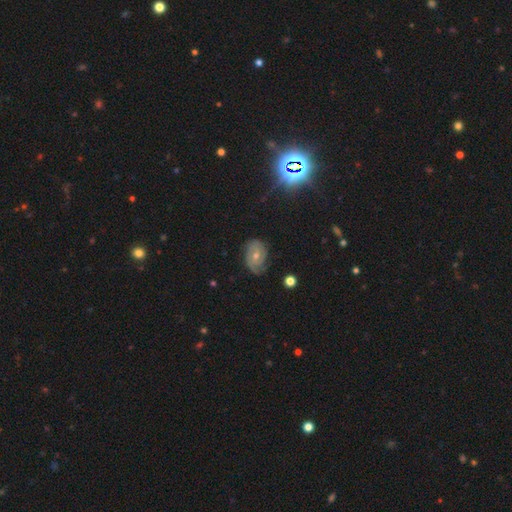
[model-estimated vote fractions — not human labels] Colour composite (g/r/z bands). It shows a featured or disk galaxy (70%) with no bar (62%), 2 (42%) tight (56%) spiral arms (90%) and a moderate central bulge (55%). Merging: none (63%).